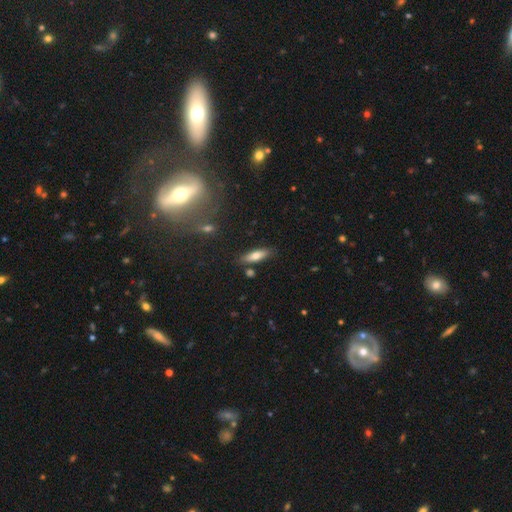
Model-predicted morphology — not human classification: Overall: smooth (72%). How rounded: cigar-shaped (49%, tied with in between). Merging: none (81%).